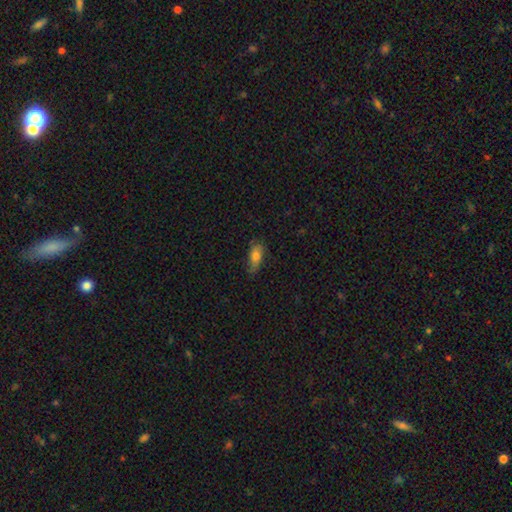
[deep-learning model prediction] smooth-or-featured: smooth: 76% | featured or disk: 15% | star or artifact: 9%
  how-rounded: in between: 79% | cigar-shaped: 17% | round: 5%
  merging: none: 55% | minor disturbance: 33% | major disturbance: 10% | merger: 2%